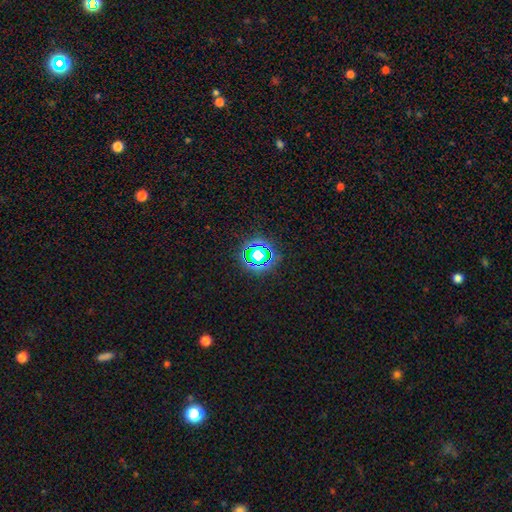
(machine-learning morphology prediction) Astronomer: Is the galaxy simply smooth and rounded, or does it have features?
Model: star or artifact — 62%.